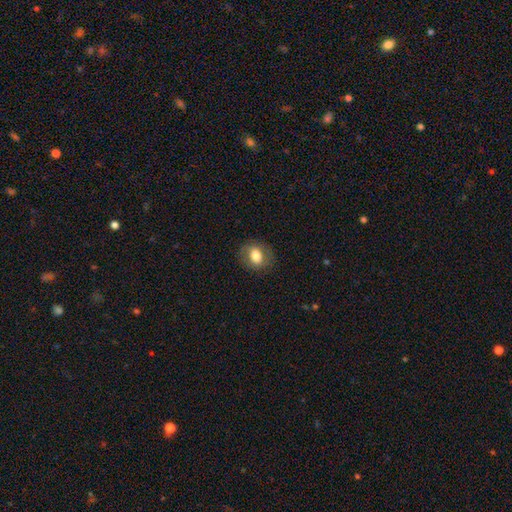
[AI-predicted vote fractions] Smooth or featured: smooth — 73% (featured or disk — 19%)
How rounded: in between — 53% (round — 46%)
Merging: none — 83% (minor disturbance — 12%)